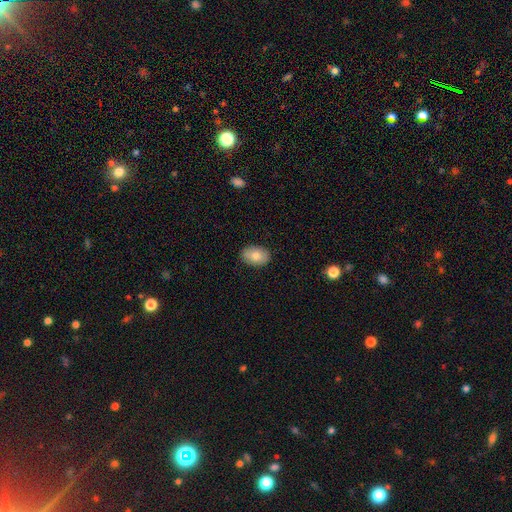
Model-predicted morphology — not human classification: This appears to be a smooth galaxy with no disk features (78%) that is in between round and cigar-shaped (83%). Merging: none (88%).